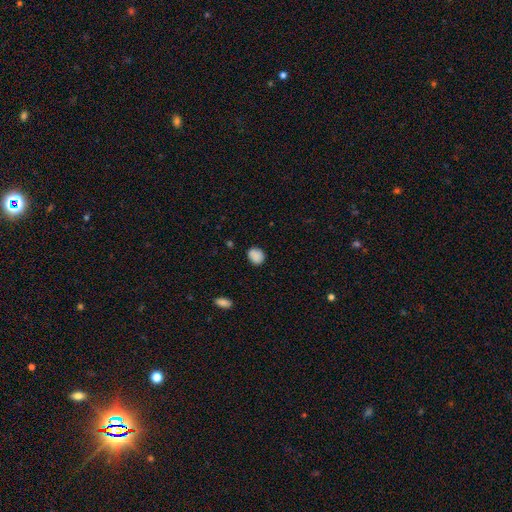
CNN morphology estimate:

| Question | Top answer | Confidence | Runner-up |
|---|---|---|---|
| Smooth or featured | smooth | 86% | star or artifact (9%) |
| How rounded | round | 59% | in between (39%) |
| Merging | none | 76% | minor disturbance (18%) |